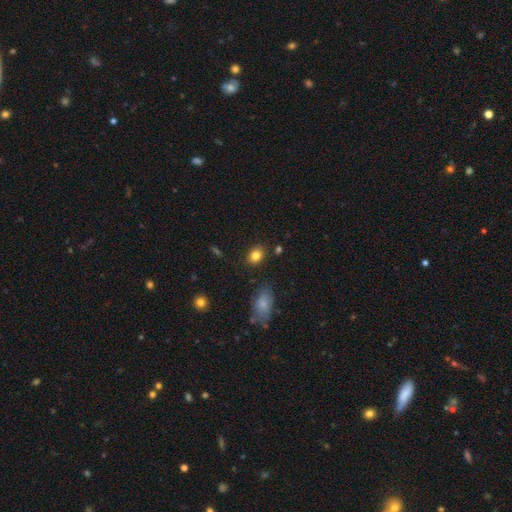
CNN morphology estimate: A smooth galaxy with no disk features (83%) that is in between round and cigar-shaped (58%). Merging: none (85%).